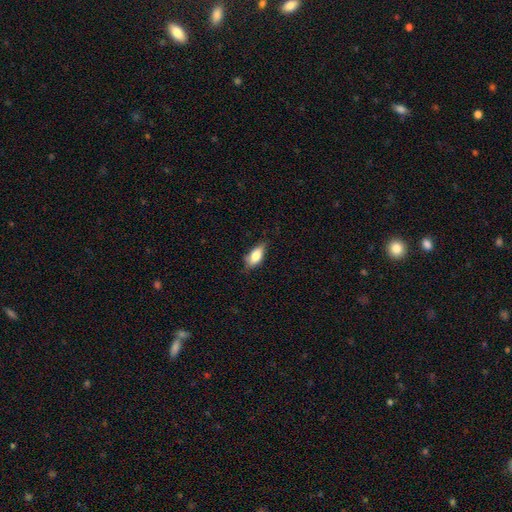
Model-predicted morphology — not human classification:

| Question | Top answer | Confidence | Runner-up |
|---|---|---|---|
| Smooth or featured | smooth | 78% | featured or disk (15%) |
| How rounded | in between | 84% | cigar-shaped (12%) |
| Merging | none | 66% | minor disturbance (27%) |